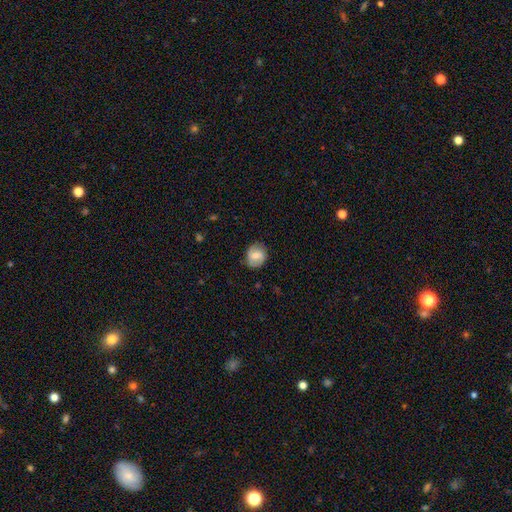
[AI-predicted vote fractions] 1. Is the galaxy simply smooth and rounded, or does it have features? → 52% smooth, 40% featured or disk, 8% star or artifact.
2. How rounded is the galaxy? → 69% round, 29% in between, 1% cigar-shaped.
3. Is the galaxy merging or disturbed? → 80% none, 15% minor disturbance, 4% major disturbance, 1% merger.